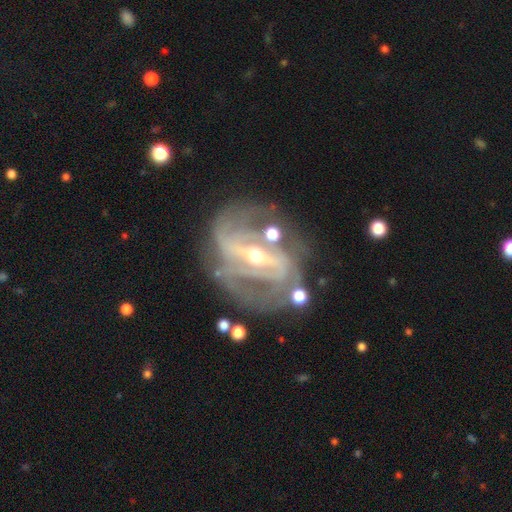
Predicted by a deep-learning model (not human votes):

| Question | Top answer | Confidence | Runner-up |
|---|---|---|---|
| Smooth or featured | featured or disk | 89% | star or artifact (6%) |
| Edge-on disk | no | 95% | yes (5%) |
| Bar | strong | 70% | weak (22%) |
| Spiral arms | yes | 93% | no (7%) |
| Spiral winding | tight | 43% | medium (41%) |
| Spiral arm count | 2 | 55% | can't tell (18%) |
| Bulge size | small | 55% | moderate (42%) |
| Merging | none | 64% | minor disturbance (18%) |